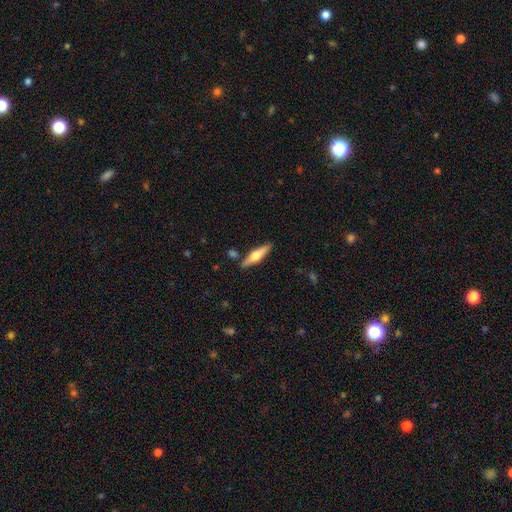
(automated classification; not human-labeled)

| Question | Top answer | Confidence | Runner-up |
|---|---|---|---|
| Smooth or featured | featured or disk | 54% | smooth (41%) |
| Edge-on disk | yes | 95% | no (5%) |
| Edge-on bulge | rounded | 92% | boxy (5%) |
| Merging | none | 85% | minor disturbance (9%) |